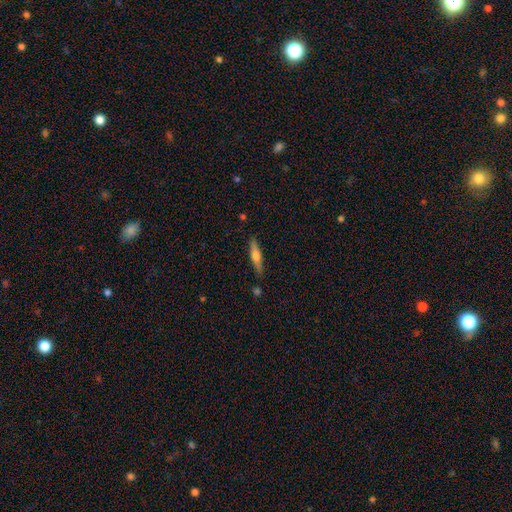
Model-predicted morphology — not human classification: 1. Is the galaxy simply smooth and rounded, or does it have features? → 48% featured or disk, 46% smooth, 6% star or artifact.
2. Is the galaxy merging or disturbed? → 86% none, 10% minor disturbance, 2% merger, 2% major disturbance.